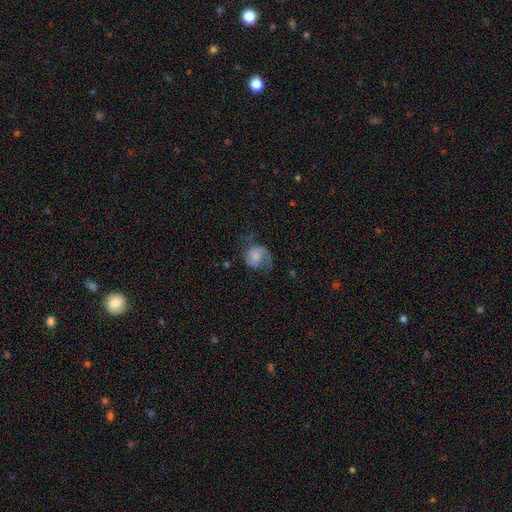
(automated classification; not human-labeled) featured or disk 56%, smooth 36%, star or artifact 8%. Down the decision tree: edge-on disk — no (98%); bar — no (70%); spiral arms — yes (87%); bulge size — small (39%); merging — none (44%).